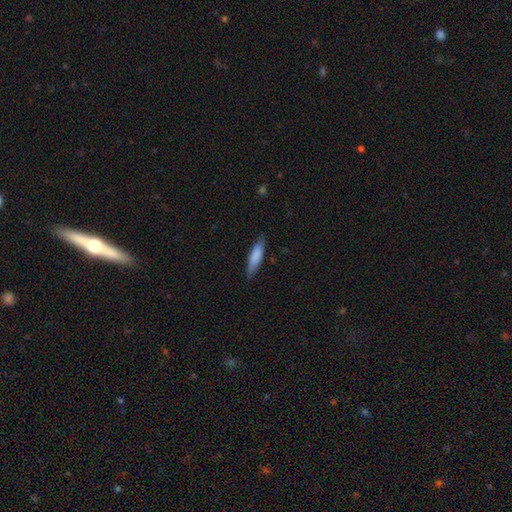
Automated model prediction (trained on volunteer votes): Smooth or featured? smooth (80%)
How rounded? cigar-shaped (64%)
Merging? none (78%)